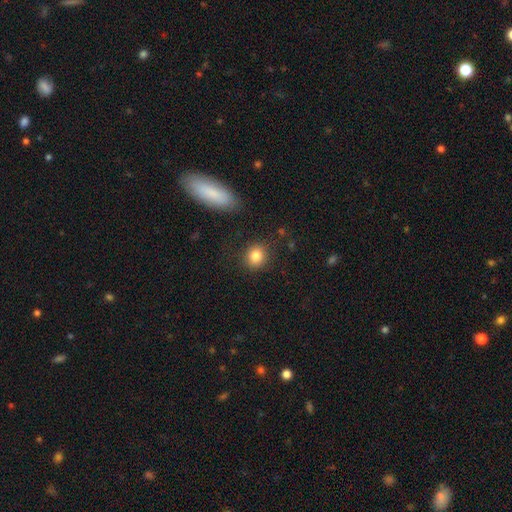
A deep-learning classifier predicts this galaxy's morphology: Smooth or featured: smooth — 84% (star or artifact — 10%)
How rounded: round — 78% (in between — 21%)
Merging: none — 85% (minor disturbance — 10%)